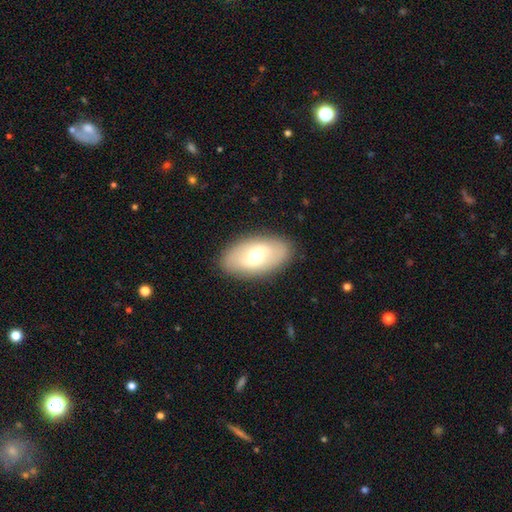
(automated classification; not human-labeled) A featured or disk galaxy (54%).

Vote fractions:
- Smooth or featured? featured or disk: 54% / smooth: 40% / star or artifact: 6%
- Edge-on disk? no: 87% / yes: 13%
- Merging? none: 87% / minor disturbance: 9% / major disturbance: 3% / merger: 1%